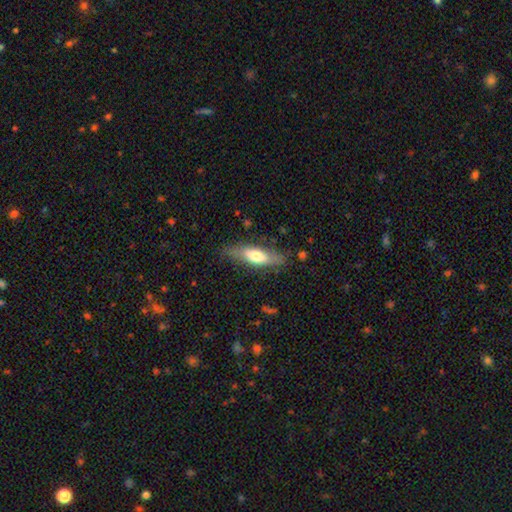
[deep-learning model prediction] Q: Smooth or featured?
A: smooth (62%); runner-up: featured or disk (32%)
Q: How rounded?
A: cigar-shaped (49%); tied with: in between (49%)
Q: Merging?
A: none (74%); runner-up: minor disturbance (18%)